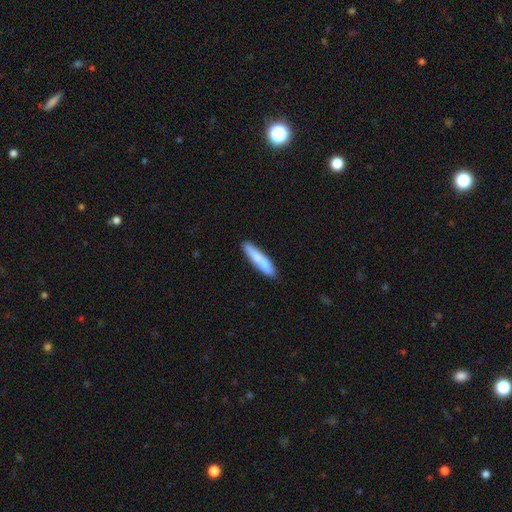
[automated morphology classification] smooth_or_featured: smooth (p=0.75) [alt: featured or disk p=0.20]
how_rounded: cigar-shaped (p=0.87) [alt: in between p=0.12]
merging: none (p=0.75) [alt: minor disturbance p=0.16]